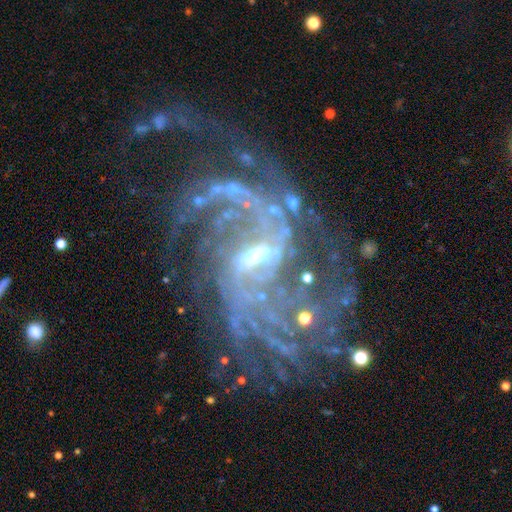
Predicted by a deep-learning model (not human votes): Smooth or featured? Predicted: featured or disk (p=0.89). Edge-on disk? Predicted: no (p=0.98). Bar? Predicted: weak (p=0.44). Spiral arms? Predicted: yes (p=0.95). Spiral winding? Predicted: medium (p=0.41). Spiral arm count? Predicted: 2 (p=0.32). Bulge size? Predicted: small (p=0.56). Merging? Predicted: none (p=0.43).